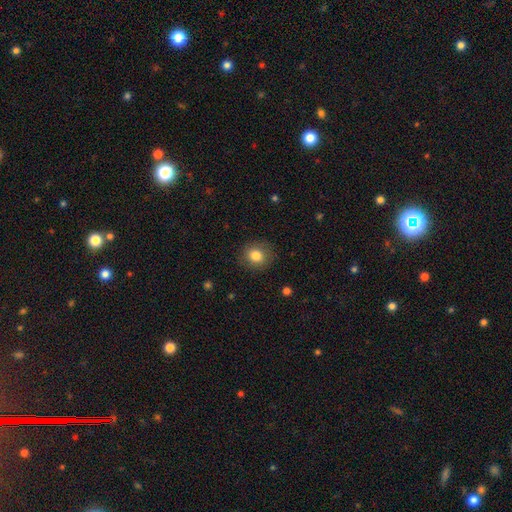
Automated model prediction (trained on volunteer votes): Smooth or featured? Predicted: smooth (p=0.83). How rounded? Predicted: round (p=0.78). Merging? Predicted: none (p=0.86).